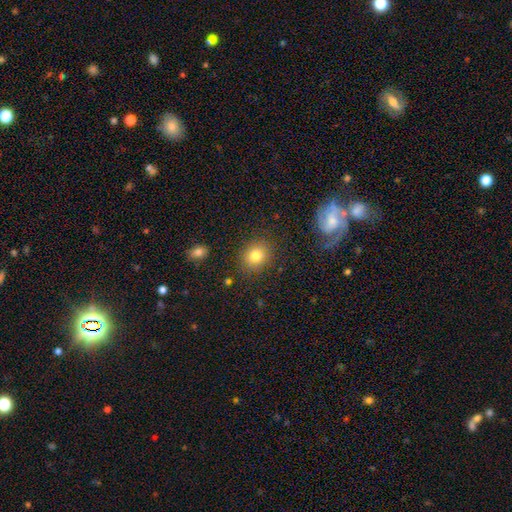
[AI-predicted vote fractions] The model was most divided on "how rounded": round: 62%, in between: 37%, cigar-shaped: 1%. More confident: merging — none (85%); smooth or featured — smooth (81%).